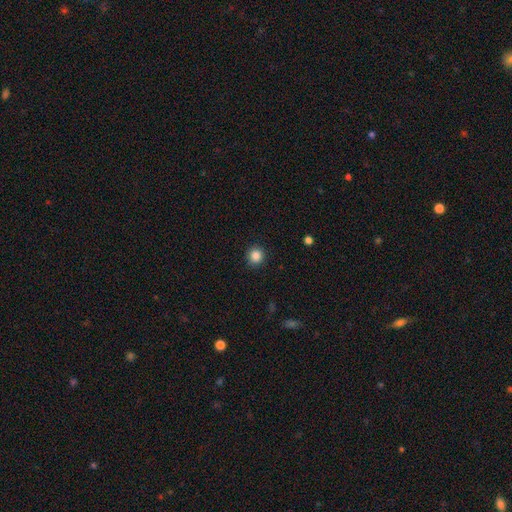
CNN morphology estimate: A smooth galaxy with no disk features (86%) that is round (93%).

Vote fractions:
- Smooth or featured? smooth: 86% / star or artifact: 10% / featured or disk: 3%
- How rounded? round: 93% / in between: 6% / cigar-shaped: 1%
- Merging? none: 91% / minor disturbance: 6% / major disturbance: 2% / merger: 1%